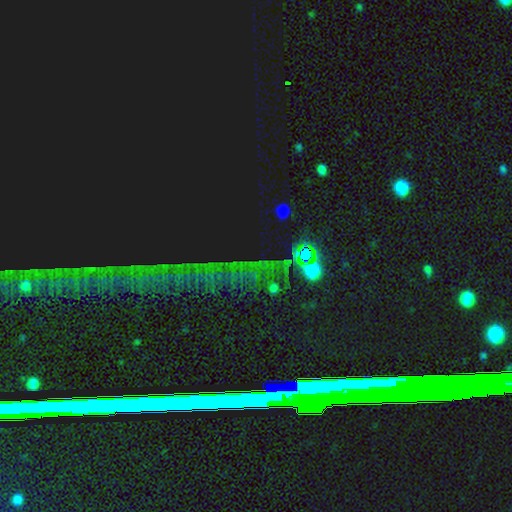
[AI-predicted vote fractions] smooth_or_featured: star or artifact (p=0.77) [alt: smooth p=0.12]